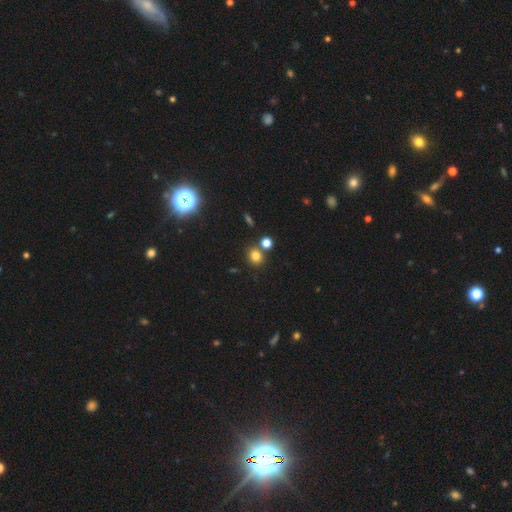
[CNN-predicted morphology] This is likely a smooth galaxy (79%). How rounded: likely round (74%). Merging: likely none (72%).